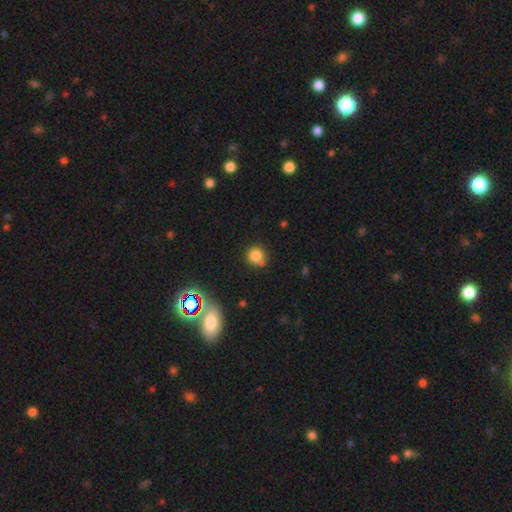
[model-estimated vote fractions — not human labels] Smooth or featured: smooth — 79% (star or artifact — 14%)
How rounded: round — 83% (in between — 16%)
Merging: none — 64% (minor disturbance — 19%)